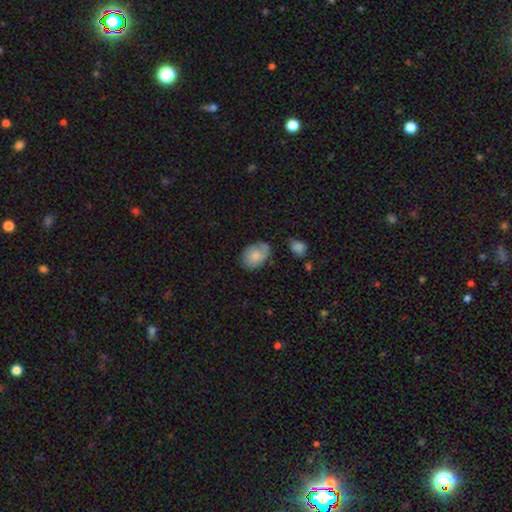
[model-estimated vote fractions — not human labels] smooth-or-featured: smooth: 72% | featured or disk: 21% | star or artifact: 7%
  how-rounded: in between: 80% | round: 19% | cigar-shaped: 1%
  merging: none: 64% | minor disturbance: 26% | major disturbance: 7% | merger: 3%